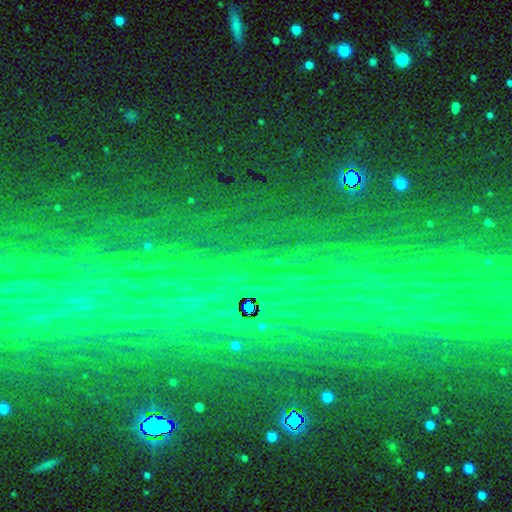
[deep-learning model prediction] A star or artifact, not a galaxy (83%).